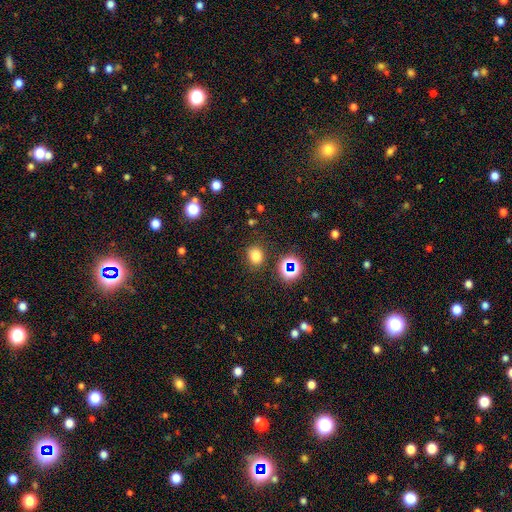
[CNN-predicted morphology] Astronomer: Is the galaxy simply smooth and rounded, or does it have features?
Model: smooth — 75%.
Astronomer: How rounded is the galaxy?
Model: round — 66%.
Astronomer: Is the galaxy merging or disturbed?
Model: none — 84%.